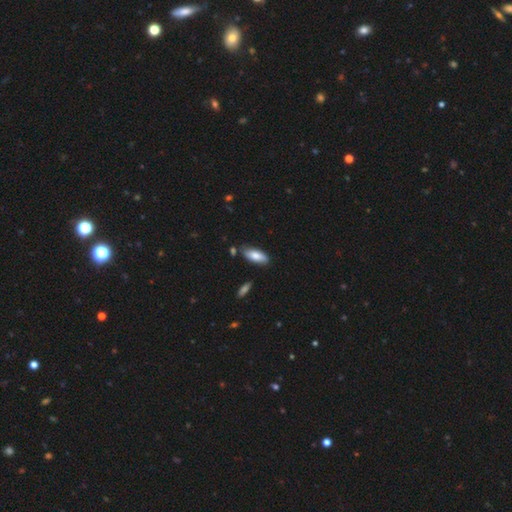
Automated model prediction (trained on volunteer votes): Smooth or featured: smooth — 81% (featured or disk — 13%)
How rounded: in between — 78% (cigar-shaped — 21%)
Merging: none — 79% (minor disturbance — 15%)